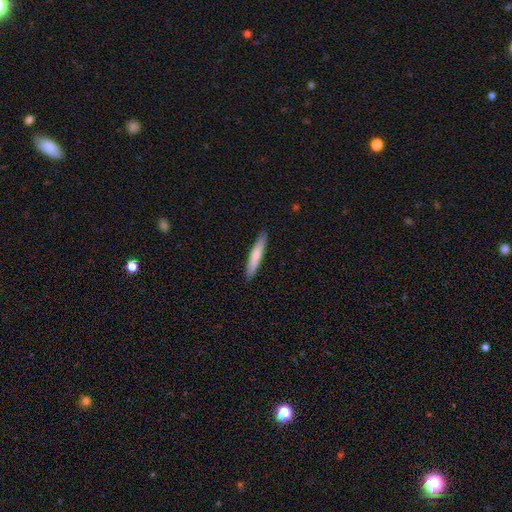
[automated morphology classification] smooth-or-featured: smooth: 72% | featured or disk: 23% | star or artifact: 5%
  how-rounded: cigar-shaped: 91% | in between: 8% | round: 1%
  merging: none: 90% | minor disturbance: 8% | major disturbance: 1% | merger: 1%